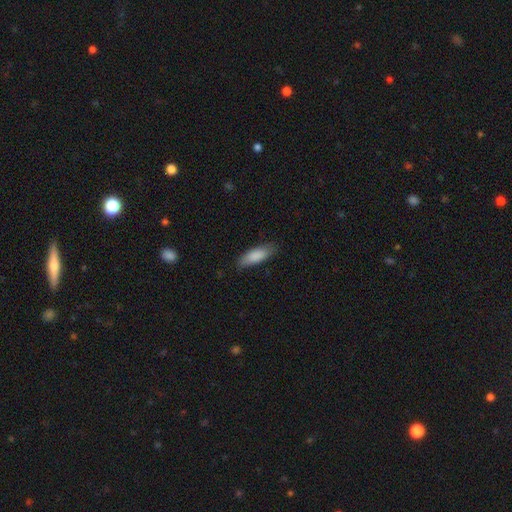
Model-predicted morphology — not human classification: Q: Smooth or featured?
A: smooth (86%); runner-up: featured or disk (8%)
Q: How rounded?
A: in between (60%); runner-up: cigar-shaped (39%)
Q: Merging?
A: none (79%); runner-up: minor disturbance (16%)